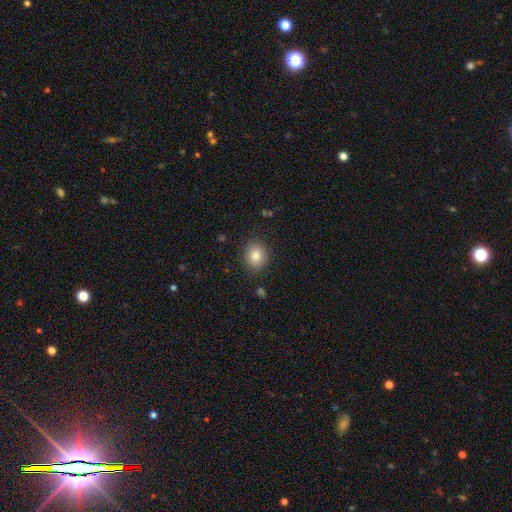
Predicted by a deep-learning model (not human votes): Smooth or featured? smooth (82%)
How rounded? round (57%)
Merging? none (87%)